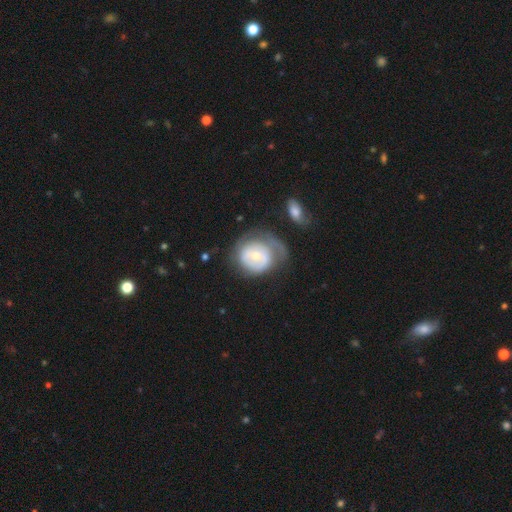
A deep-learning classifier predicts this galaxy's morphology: featured or disk 57%, smooth 37%, star or artifact 6%. Down the decision tree: edge-on disk — no (97%); bar — no (78%); spiral arms — yes (53%); bulge size — moderate (51%); merging — none (34%).